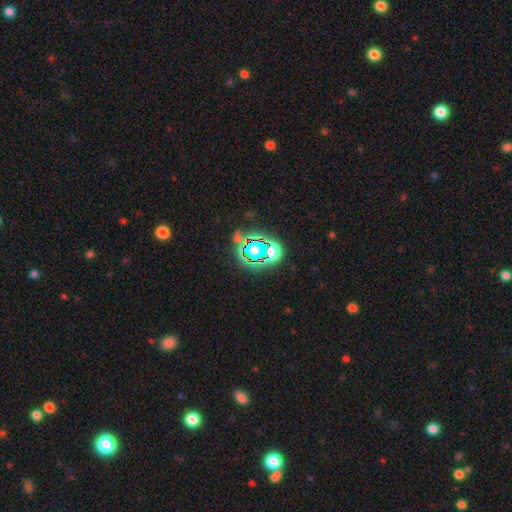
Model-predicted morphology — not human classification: Smooth or featured? Predicted: star or artifact (p=0.78).